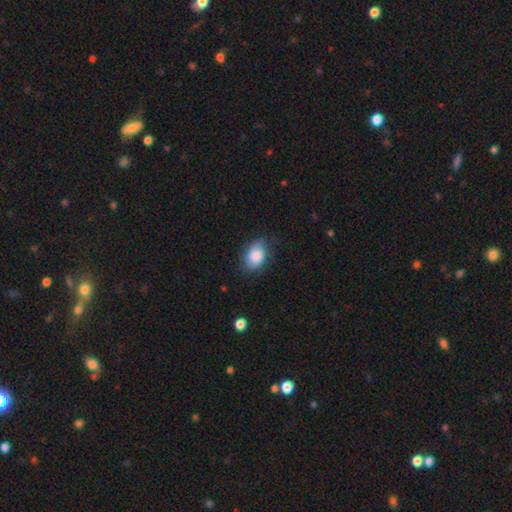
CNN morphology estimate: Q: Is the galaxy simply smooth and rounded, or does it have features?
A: smooth — 78%.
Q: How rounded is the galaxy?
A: in between — 78%.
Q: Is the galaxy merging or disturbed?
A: none — 63%.